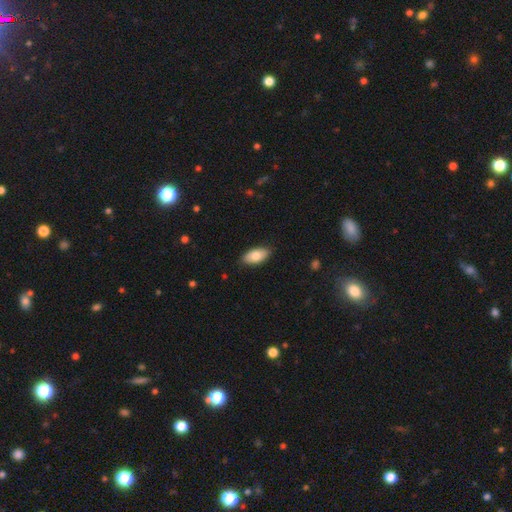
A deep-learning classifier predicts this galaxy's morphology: smooth-or-featured: smooth: 80% | featured or disk: 14% | star or artifact: 6%
  how-rounded: in between: 93% | cigar-shaped: 4% | round: 3%
  merging: none: 86% | minor disturbance: 11% | major disturbance: 2% | merger: 1%